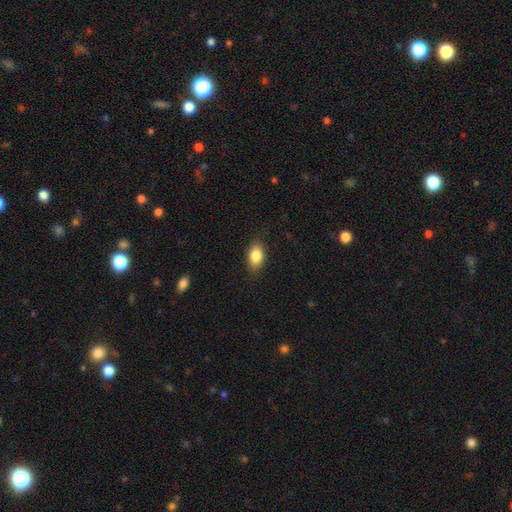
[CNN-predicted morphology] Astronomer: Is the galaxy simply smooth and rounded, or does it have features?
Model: smooth — 85%.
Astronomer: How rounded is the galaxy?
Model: in between — 87%.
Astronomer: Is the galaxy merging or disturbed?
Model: none — 86%.